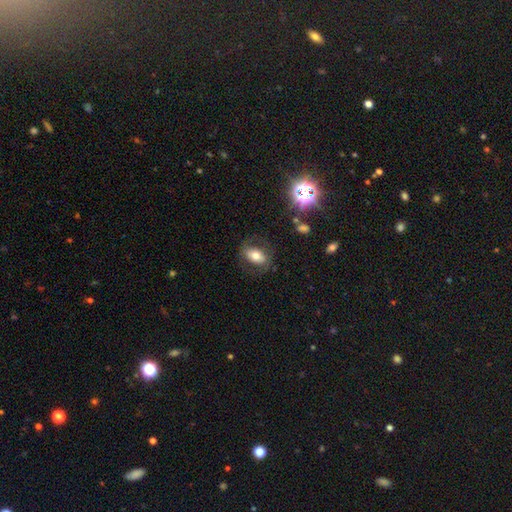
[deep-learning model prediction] smooth-or-featured: smooth: 62% | featured or disk: 27% | star or artifact: 10%
  how-rounded: in between: 87% | round: 10% | cigar-shaped: 3%
  merging: none: 75% | minor disturbance: 15% | major disturbance: 9% | merger: 2%